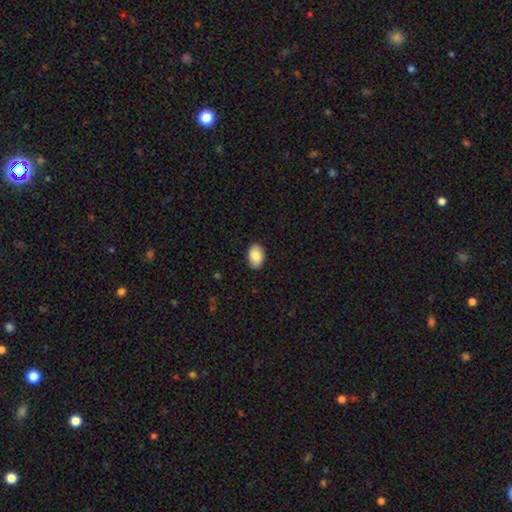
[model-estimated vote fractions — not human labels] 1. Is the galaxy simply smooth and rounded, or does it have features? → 86% smooth, 8% featured or disk, 7% star or artifact.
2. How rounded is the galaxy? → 85% in between, 14% round, 1% cigar-shaped.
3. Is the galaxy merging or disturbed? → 88% none, 9% minor disturbance, 2% major disturbance, 1% merger.